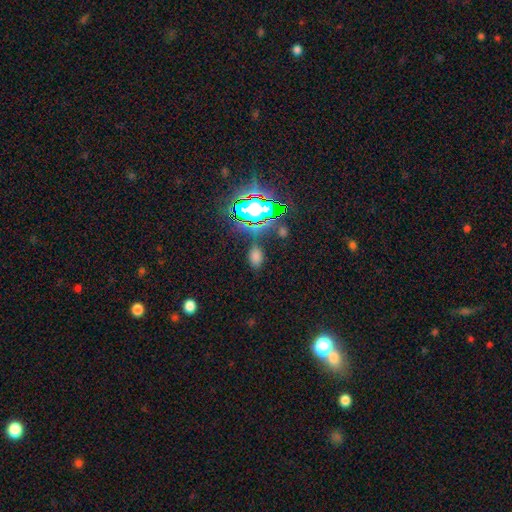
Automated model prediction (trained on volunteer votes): Overall: smooth (62%; star or artifact 30%). How rounded: in between (84%). Merging: none (78%).